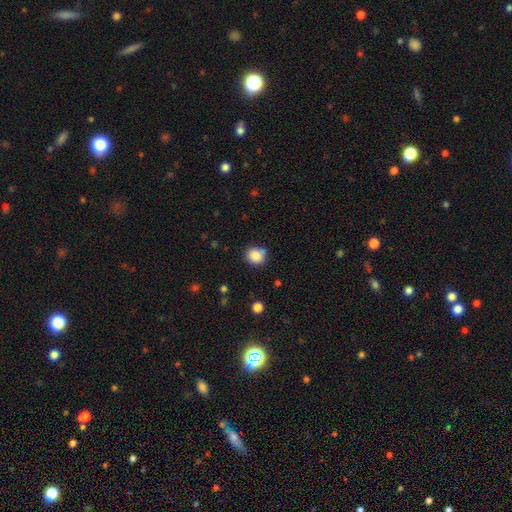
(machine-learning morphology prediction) Smooth or featured? smooth (86%)
How rounded? round (77%)
Merging? none (70%)